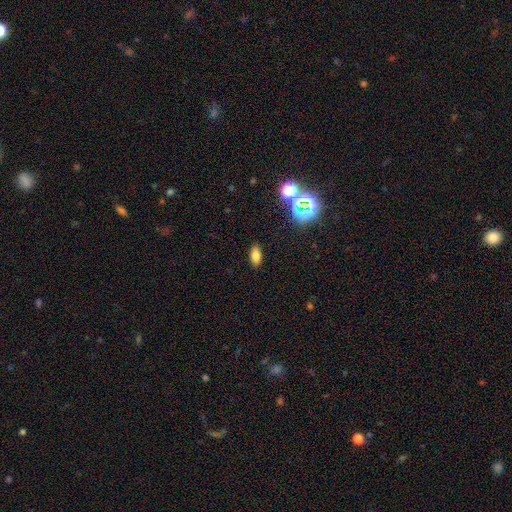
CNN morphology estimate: Smooth or featured? Predicted: smooth (p=0.75). How rounded? Predicted: in between (p=0.85). Merging? Predicted: none (p=0.89).